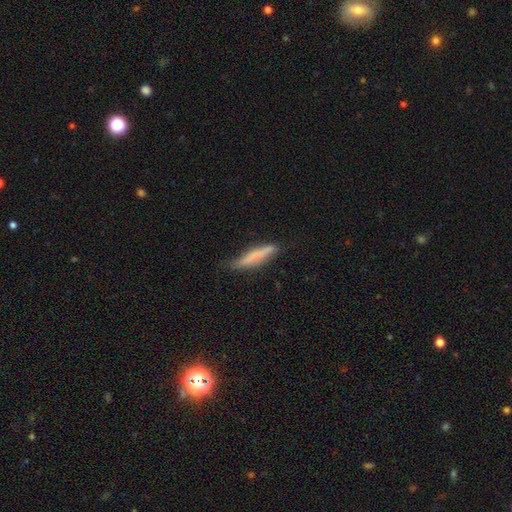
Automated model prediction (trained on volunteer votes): Smooth or featured? Predicted: smooth (p=0.68). How rounded? Predicted: cigar-shaped (p=0.89). Merging? Predicted: none (p=0.66).